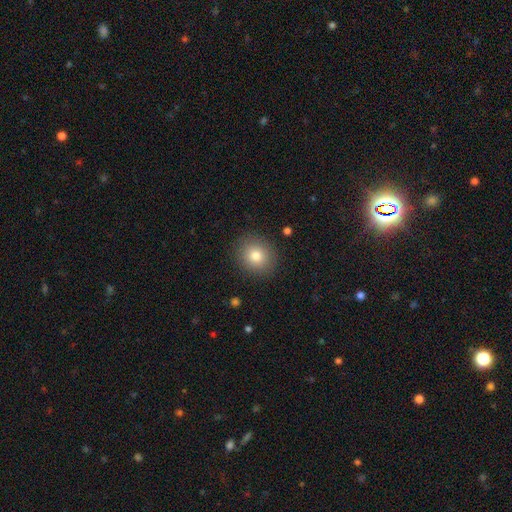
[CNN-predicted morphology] type=smooth (79%); roundness=round (80%); merging=none (89%).